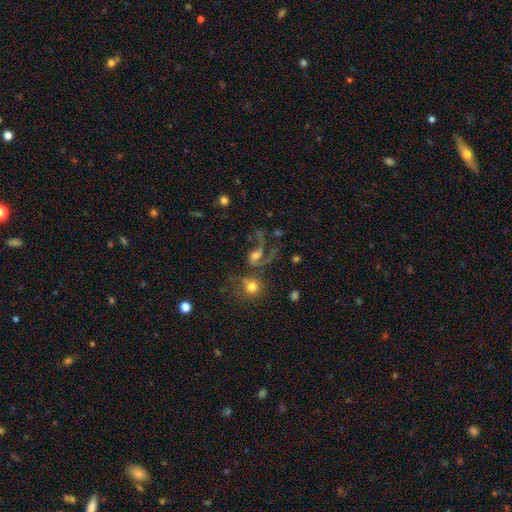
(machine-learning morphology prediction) A featured or disk galaxy (60%) with no bar (56%), spiral arms (81%) and a moderate central bulge (43%). Merging: major disturbance (36%).